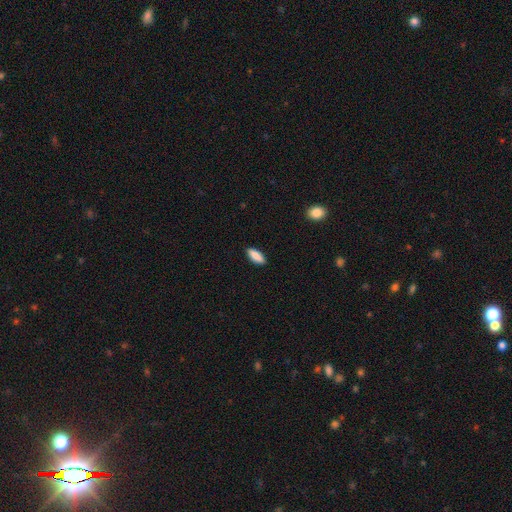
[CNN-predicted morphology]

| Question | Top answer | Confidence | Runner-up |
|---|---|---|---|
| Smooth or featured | smooth | 88% | star or artifact (6%) |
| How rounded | in between | 75% | cigar-shaped (23%) |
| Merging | none | 89% | minor disturbance (8%) |